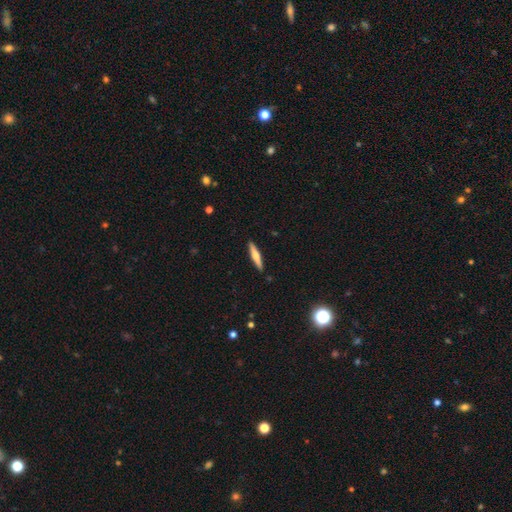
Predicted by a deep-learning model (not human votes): A smooth galaxy with no disk features (49%).

Vote fractions:
- Smooth or featured? smooth: 49% / featured or disk: 45% / star or artifact: 6%
- Merging? none: 90% / minor disturbance: 7% / major disturbance: 1% / merger: 1%